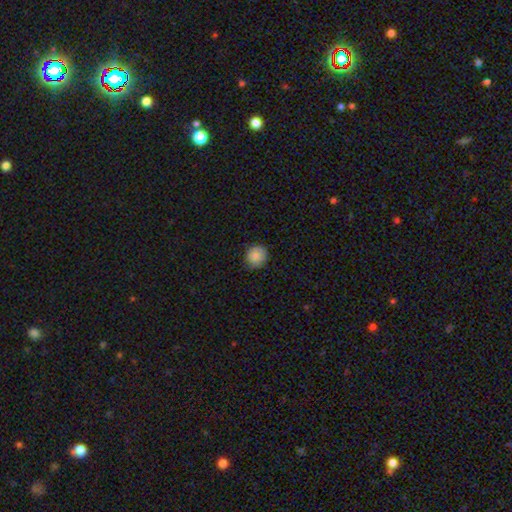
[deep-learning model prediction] Q: Smooth or featured?
A: smooth (83%); runner-up: featured or disk (9%)
Q: How rounded?
A: round (86%); runner-up: in between (13%)
Q: Merging?
A: none (81%); runner-up: minor disturbance (16%)